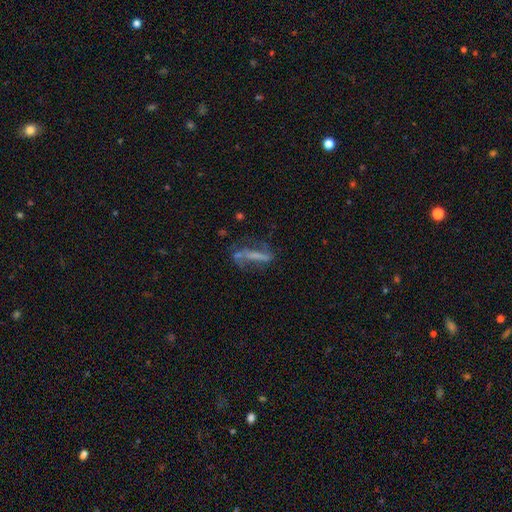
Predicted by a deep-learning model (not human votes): Overall: featured or disk (52%; smooth 35%). Edge-on disk: no (70%; yes 30%). Merging: none (43%; major disturbance 27%).